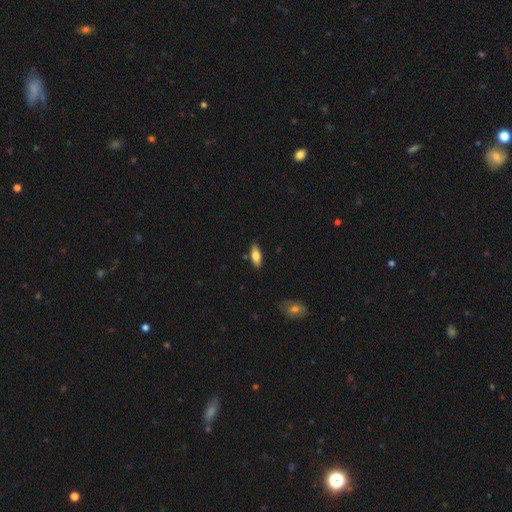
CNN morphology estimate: Smooth or featured? smooth (76%)
How rounded? in between (77%)
Merging? none (84%)